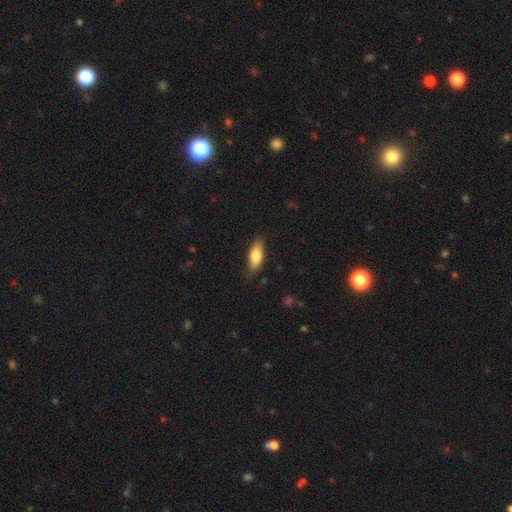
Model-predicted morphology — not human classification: Smooth or featured? Predicted: smooth (p=0.79). How rounded? Predicted: in between (p=0.78). Merging? Predicted: none (p=0.79).